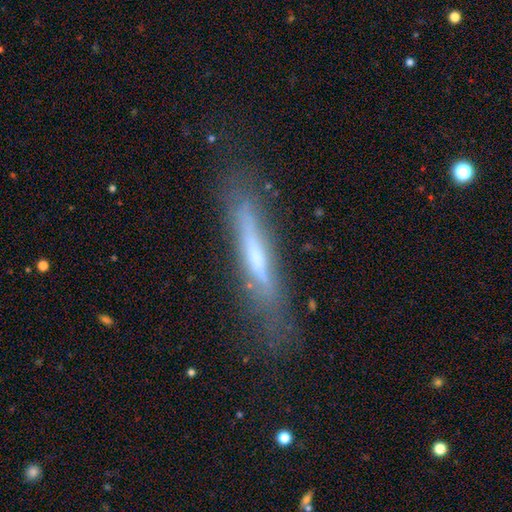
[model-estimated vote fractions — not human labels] Morphology: type=featured or disk (54%); edge-on=yes (85%); merging=none (70%).